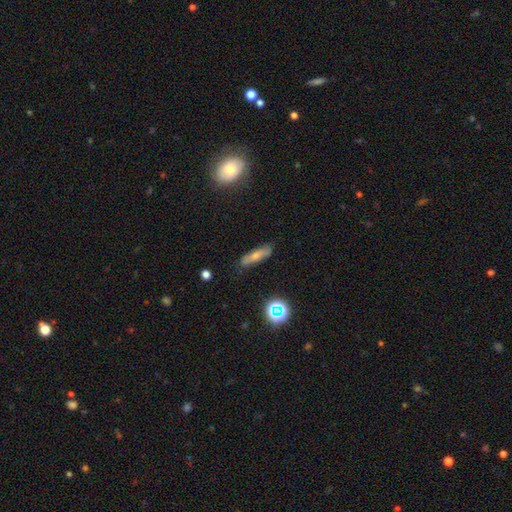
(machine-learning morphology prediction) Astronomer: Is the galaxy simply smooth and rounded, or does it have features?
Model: smooth — 62%.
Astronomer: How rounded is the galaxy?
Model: cigar-shaped — 66%.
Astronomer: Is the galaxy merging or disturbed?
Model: none — 81%.